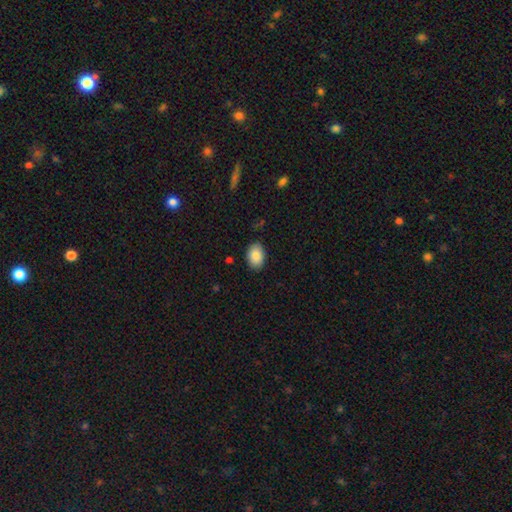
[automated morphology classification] This is clearly a smooth galaxy (88%). How rounded: clearly in between (87%). Merging: clearly none (85%).